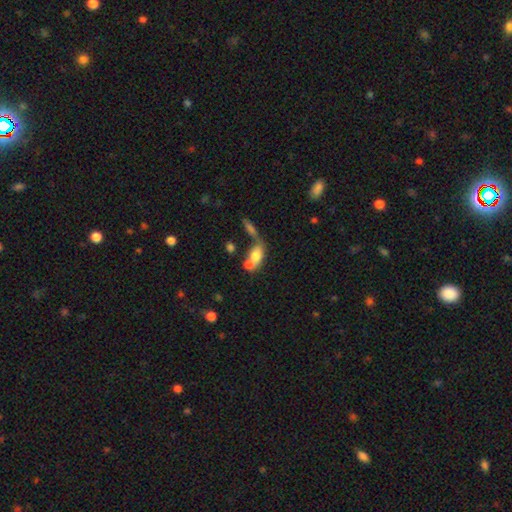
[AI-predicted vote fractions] Smooth or featured: smooth — 71% (featured or disk — 20%)
How rounded: in between — 75% (round — 19%)
Merging: merger — 57% (none — 26%)